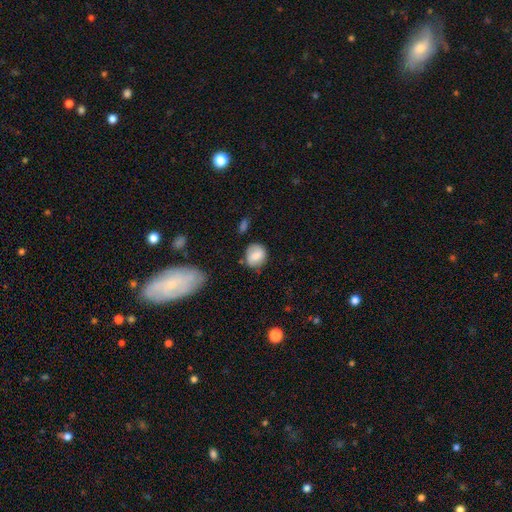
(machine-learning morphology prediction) A smooth galaxy with no disk features (78%) that is round (66%).

Vote fractions:
- Smooth or featured? smooth: 78% / featured or disk: 14% / star or artifact: 8%
- How rounded? round: 66% / in between: 33% / cigar-shaped: 1%
- Merging? none: 69% / minor disturbance: 22% / major disturbance: 6% / merger: 4%